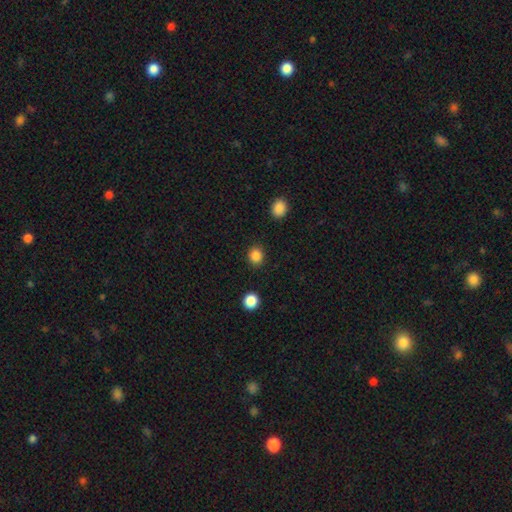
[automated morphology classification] A smooth galaxy with no disk features (86%) that is round (79%). Merging: none (89%).